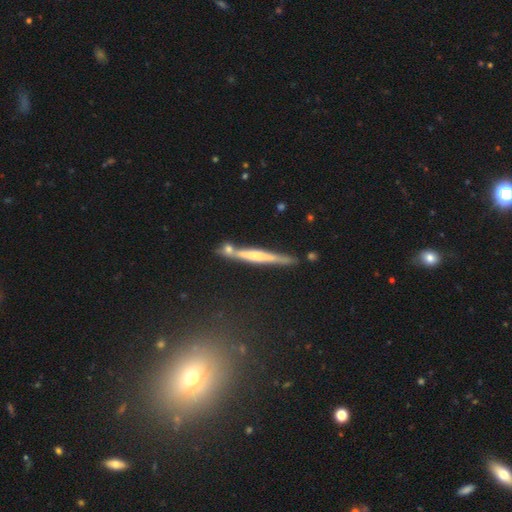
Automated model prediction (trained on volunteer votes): Morphology: type=featured or disk (56%); edge-on=yes (94%); edge-on bulge=none (42%); merging=none (72%).